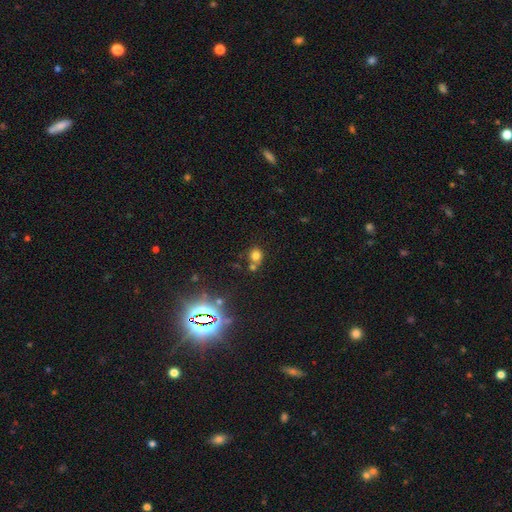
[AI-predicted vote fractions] A smooth galaxy with no disk features (72%) that is round (70%).

Vote fractions:
- Smooth or featured? smooth: 72% / star or artifact: 19% / featured or disk: 8%
- How rounded? round: 70% / in between: 29% / cigar-shaped: 1%
- Merging? none: 57% / merger: 27% / minor disturbance: 12% / major disturbance: 5%